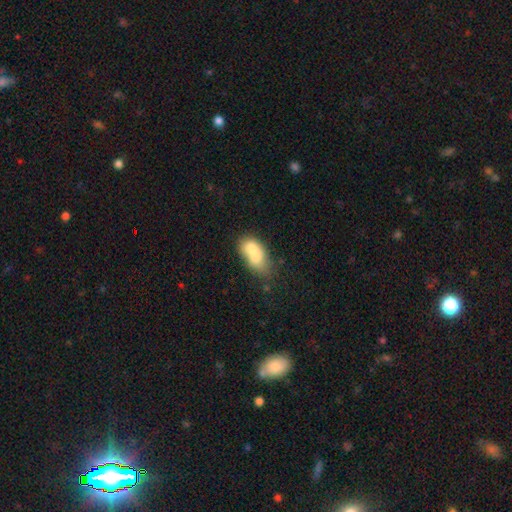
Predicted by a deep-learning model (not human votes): smooth-or-featured: smooth: 67% | featured or disk: 25% | star or artifact: 8%
  how-rounded: in between: 77% | round: 20% | cigar-shaped: 4%
  merging: merger: 63% | none: 21% | minor disturbance: 10% | major disturbance: 6%